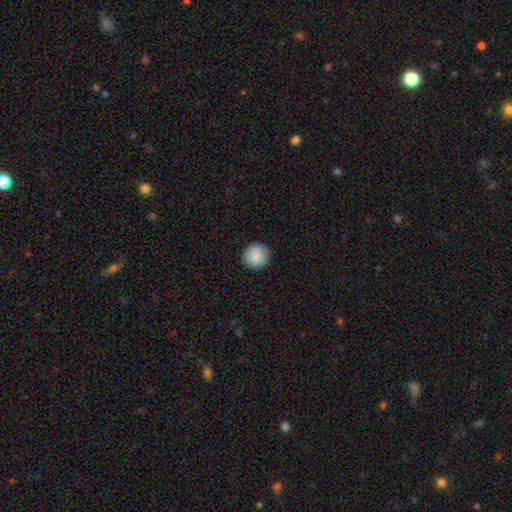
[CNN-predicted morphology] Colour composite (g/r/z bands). It shows a smooth galaxy with no disk features (88%) that is round (91%). Merging: none (90%).